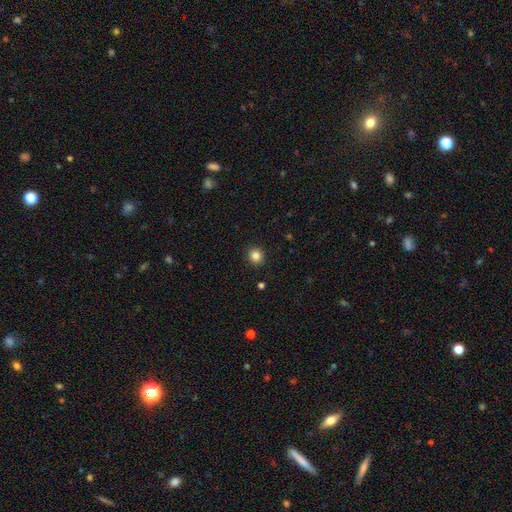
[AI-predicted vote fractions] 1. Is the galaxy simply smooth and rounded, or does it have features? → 84% smooth, 11% star or artifact, 4% featured or disk.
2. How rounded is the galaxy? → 90% round, 9% in between, 1% cigar-shaped.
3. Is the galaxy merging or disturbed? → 92% none, 5% minor disturbance, 2% major disturbance, 1% merger.